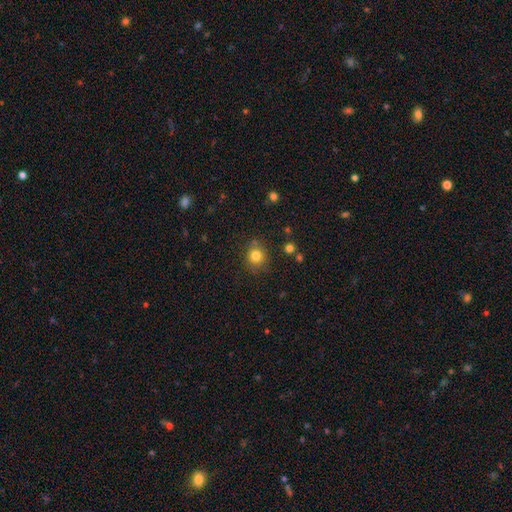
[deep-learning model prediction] The model was most divided on "merging": none: 80%, minor disturbance: 13%, merger: 4%, major disturbance: 3%. More confident: how rounded — round (84%); smooth or featured — smooth (81%).